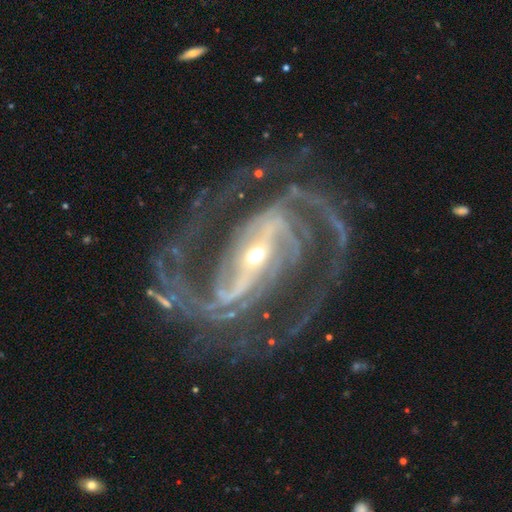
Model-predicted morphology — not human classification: Smooth or featured? Predicted: featured or disk (p=0.94). Edge-on disk? Predicted: no (p=0.97). Bar? Predicted: strong (p=0.72). Spiral arms? Predicted: yes (p=0.99). Spiral winding? Predicted: medium (p=0.58). Spiral arm count? Predicted: 2 (p=0.62). Bulge size? Predicted: small (p=0.60). Merging? Predicted: none (p=0.72).